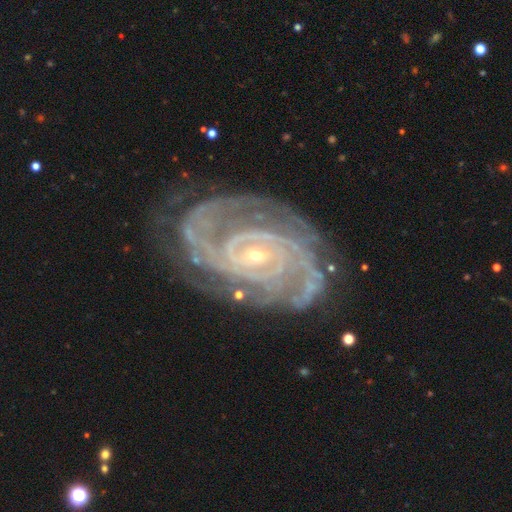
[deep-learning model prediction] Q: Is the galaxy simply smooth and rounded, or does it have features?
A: featured or disk — 92%.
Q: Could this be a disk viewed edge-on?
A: no — 97%.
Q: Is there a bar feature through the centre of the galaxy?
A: no — 47%.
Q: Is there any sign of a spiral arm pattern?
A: yes — 98%.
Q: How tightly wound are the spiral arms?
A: tight — 72%.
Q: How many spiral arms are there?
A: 2 — 31%.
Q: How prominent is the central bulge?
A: small — 78%.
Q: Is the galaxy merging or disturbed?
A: none — 65%.